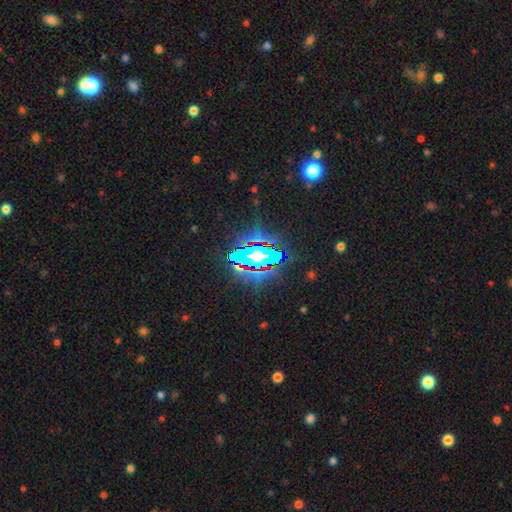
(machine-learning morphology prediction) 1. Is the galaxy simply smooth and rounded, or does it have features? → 74% star or artifact, 13% smooth, 13% featured or disk.